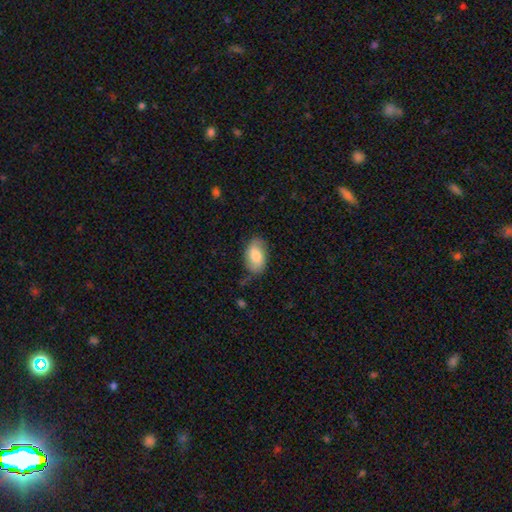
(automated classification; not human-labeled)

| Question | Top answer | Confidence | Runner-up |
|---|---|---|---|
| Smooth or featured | smooth | 73% | featured or disk (21%) |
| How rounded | in between | 92% | round (6%) |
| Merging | none | 72% | minor disturbance (22%) |